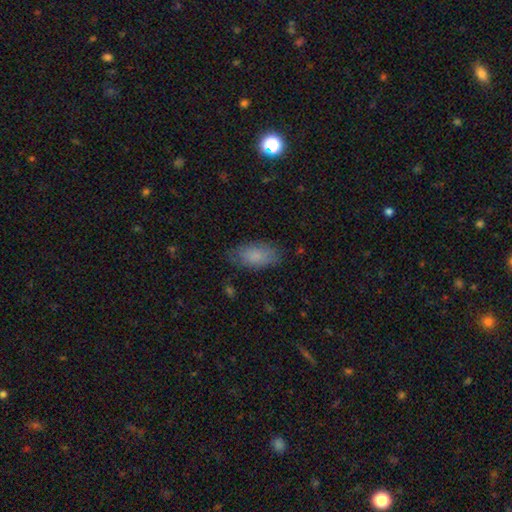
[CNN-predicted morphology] Smooth or featured? Predicted: smooth (p=0.81). How rounded? Predicted: in between (p=0.91). Merging? Predicted: none (p=0.76).